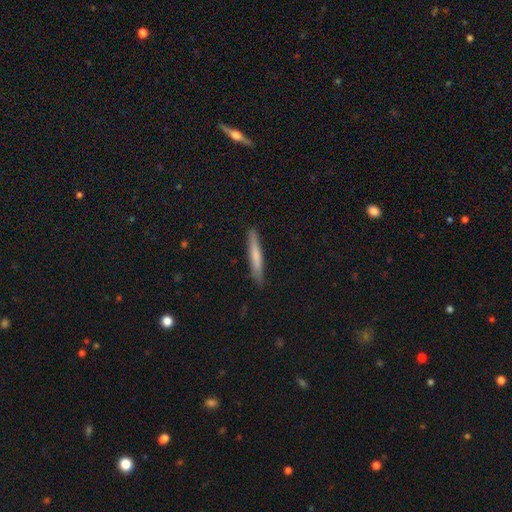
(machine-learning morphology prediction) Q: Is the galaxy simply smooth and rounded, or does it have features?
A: smooth — 67%.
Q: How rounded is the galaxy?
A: cigar-shaped — 94%.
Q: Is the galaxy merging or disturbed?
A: none — 87%.